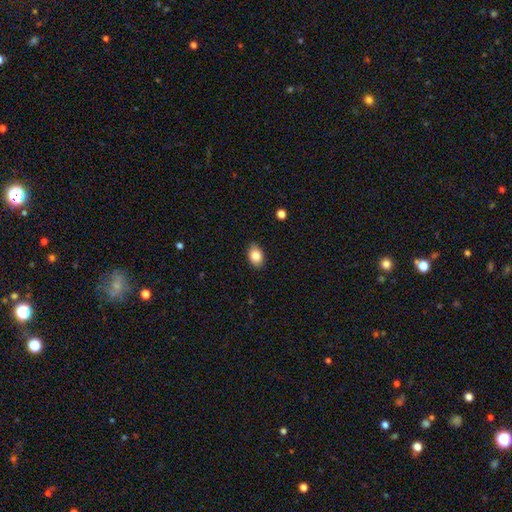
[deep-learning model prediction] The model was most divided on "how rounded": in between: 83%, round: 16%, cigar-shaped: 1%. More confident: merging — none (87%); smooth or featured — smooth (85%).